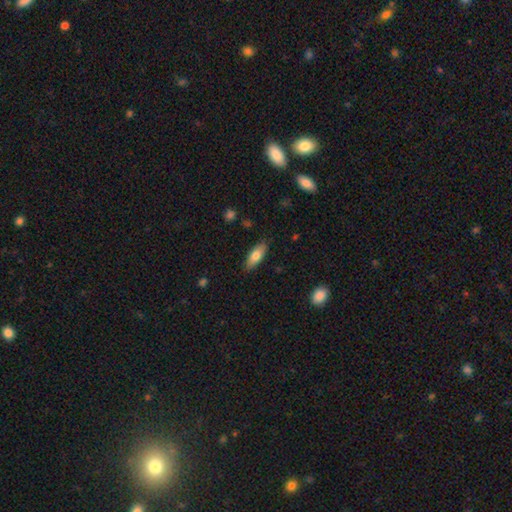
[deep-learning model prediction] Smooth or featured? smooth (76%)
How rounded? in between (73%)
Merging? none (86%)